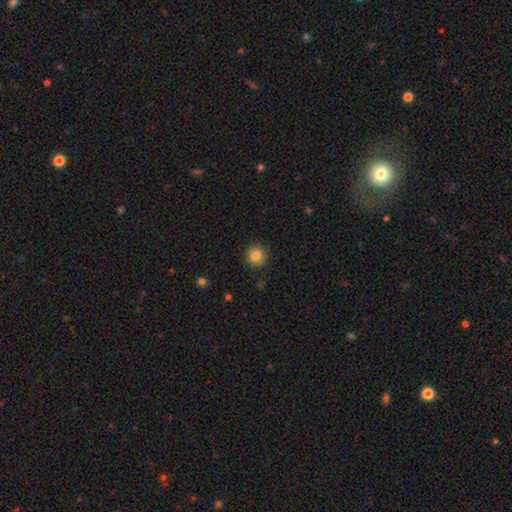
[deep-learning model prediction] Overall: smooth (84%). How rounded: round (91%). Merging: none (88%).